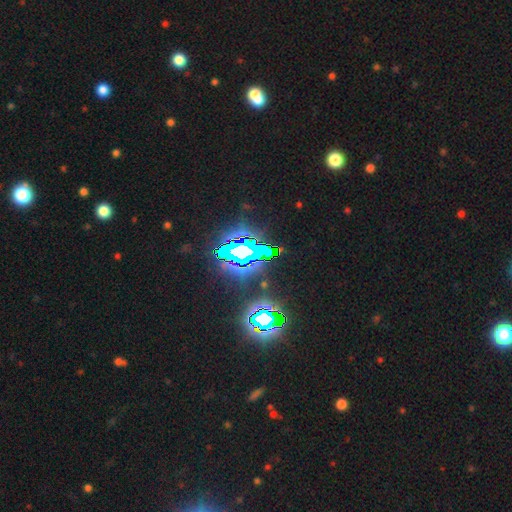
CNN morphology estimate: A star or artifact, not a galaxy (79%).